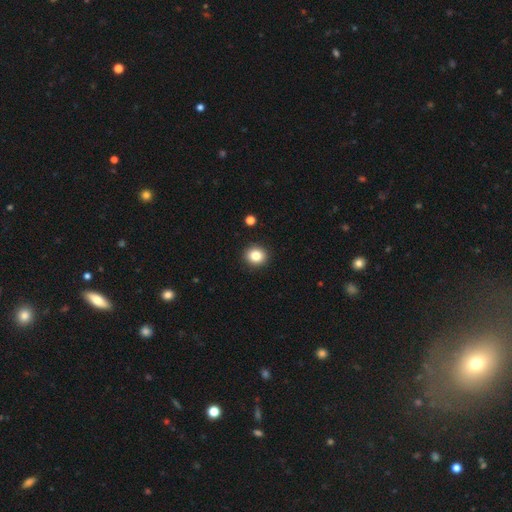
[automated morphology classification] A smooth galaxy with no disk features (83%) that is round (82%).

Vote fractions:
- Smooth or featured? smooth: 83% / star or artifact: 10% / featured or disk: 6%
- How rounded? round: 82% / in between: 17% / cigar-shaped: 1%
- Merging? none: 92% / minor disturbance: 5% / major disturbance: 2% / merger: 1%